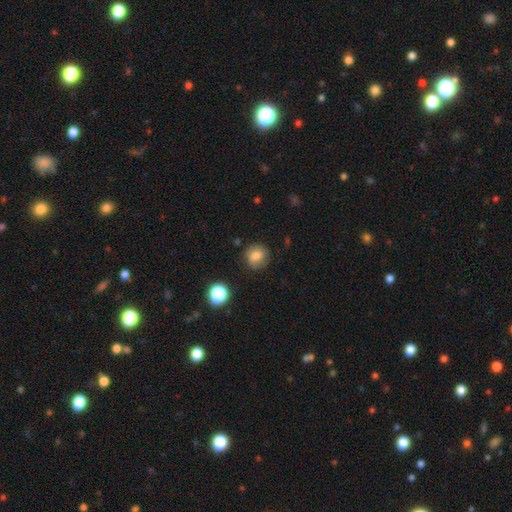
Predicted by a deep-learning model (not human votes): This appears to be a smooth galaxy with no disk features (73%) that is round (76%). Merging: none (73%).